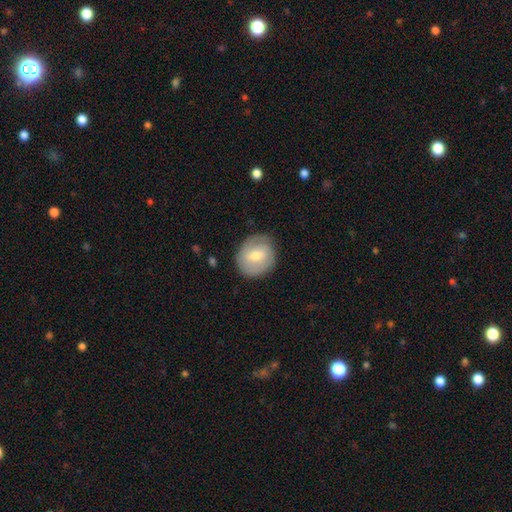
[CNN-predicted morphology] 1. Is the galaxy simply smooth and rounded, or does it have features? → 49% smooth, 45% featured or disk, 7% star or artifact.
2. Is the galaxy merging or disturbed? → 78% none, 16% minor disturbance, 4% major disturbance, 1% merger.